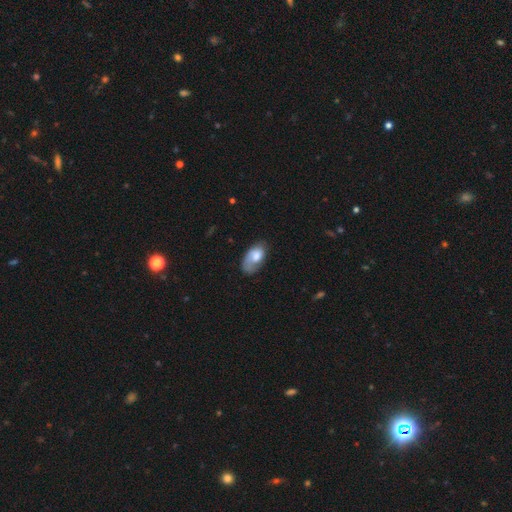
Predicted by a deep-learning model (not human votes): Overall: smooth (64%; featured or disk 30%). How rounded: in between (93%). Merging: none (46%; minor disturbance 31%).